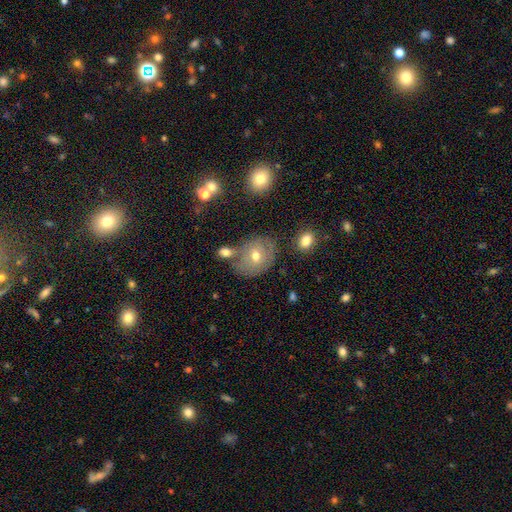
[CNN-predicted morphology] Smooth or featured? smooth (56%)
How rounded? round (50%)
Merging? none (59%)